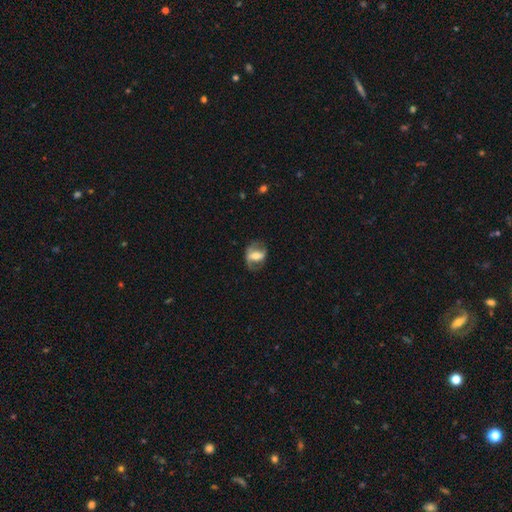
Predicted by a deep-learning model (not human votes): A featured or disk galaxy (62%) with a strong bar (53%), spiral arms (57%) and a moderate central bulge (57%).

Vote fractions:
- Smooth or featured? featured or disk: 62% / smooth: 31% / star or artifact: 7%
- Edge-on disk? no: 89% / yes: 11%
- Bar? strong: 53% / weak: 29% / no: 19%
- Spiral arms? yes: 57% / no: 43%
- Bulge size? moderate: 57% / small: 25% / large: 13% / none: 3% / dominant: 2%
- Merging? none: 63% / minor disturbance: 20% / major disturbance: 15% / merger: 2%